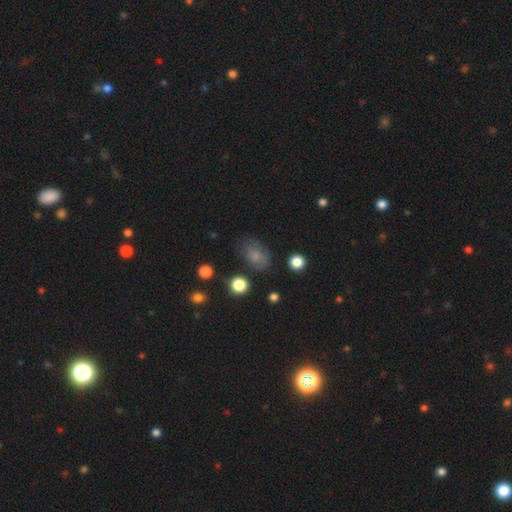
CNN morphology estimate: A smooth galaxy with no disk features (74%) that is in between round and cigar-shaped (80%). Merging: none (66%).